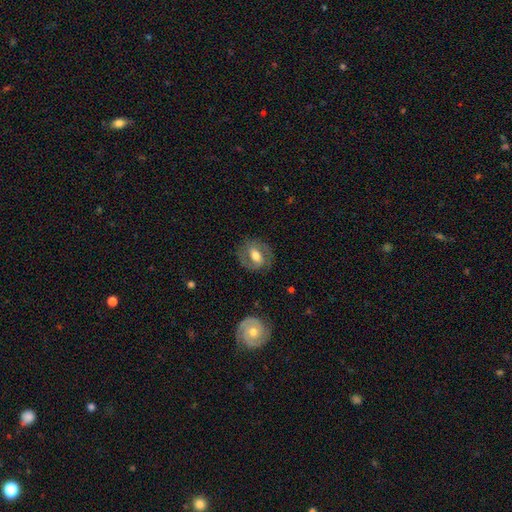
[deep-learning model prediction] Q: Smooth or featured?
A: featured or disk (69%); runner-up: smooth (25%)
Q: Edge-on disk?
A: no (96%); runner-up: yes (4%)
Q: Bar?
A: weak (43%); runner-up: strong (33%)
Q: Spiral arms?
A: yes (85%); runner-up: no (15%)
Q: Spiral winding?
A: medium (48%); runner-up: tight (37%)
Q: Spiral arm count?
A: 2 (86%); runner-up: can't tell (7%)
Q: Bulge size?
A: moderate (69%); runner-up: large (15%)
Q: Merging?
A: none (78%); runner-up: minor disturbance (14%)